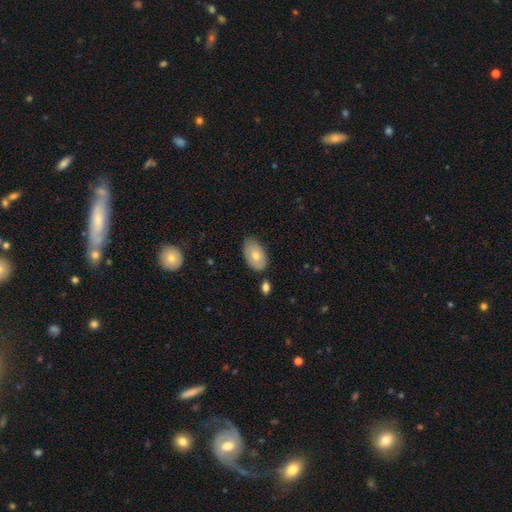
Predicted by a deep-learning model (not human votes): Q: Smooth or featured?
A: smooth (73%); runner-up: featured or disk (21%)
Q: How rounded?
A: in between (92%); runner-up: round (7%)
Q: Merging?
A: none (68%); runner-up: minor disturbance (24%)